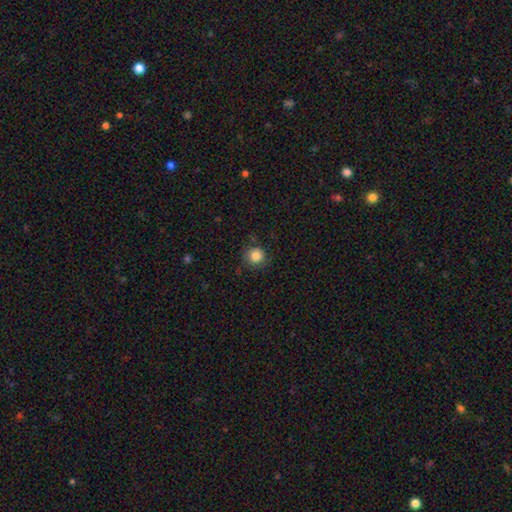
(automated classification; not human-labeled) This is clearly a smooth galaxy (82%). How rounded: clearly round (92%). Merging: likely none (78%).